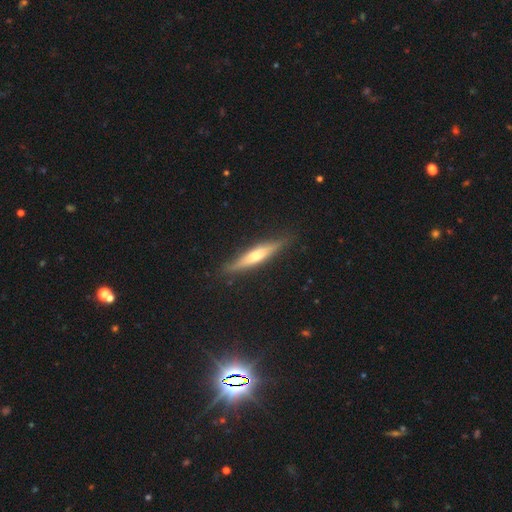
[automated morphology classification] A featured or disk galaxy (54%) viewed edge-on (93%) with a rounded central bulge (75%).

Vote fractions:
- Smooth or featured? featured or disk: 54% / smooth: 39% / star or artifact: 6%
- Edge-on disk? yes: 93% / no: 7%
- Edge-on bulge? rounded: 75% / none: 16% / boxy: 9%
- Merging? none: 87% / minor disturbance: 10% / major disturbance: 2% / merger: 1%